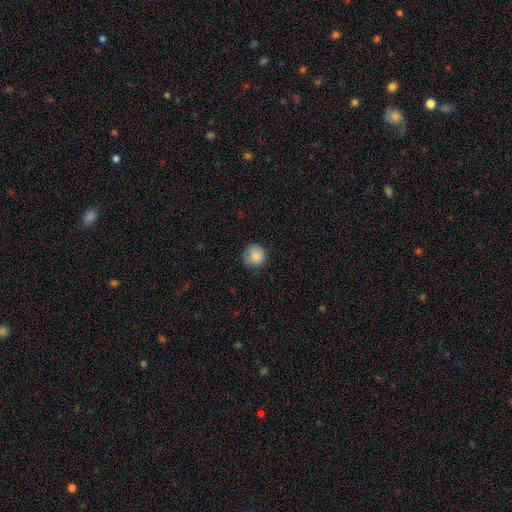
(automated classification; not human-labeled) Smooth or featured?
  - smooth: 85% *
  - star or artifact: 8%
  - featured or disk: 7%
How rounded?
  - round: 93% *
  - in between: 6%
  - cigar-shaped: 1%
Merging?
  - none: 78% *
  - minor disturbance: 17%
  - major disturbance: 3%
  - merger: 1%